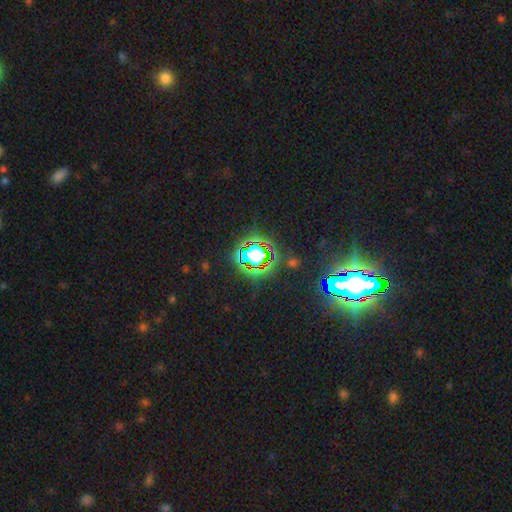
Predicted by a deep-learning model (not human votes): Morphology: type=star or artifact (69%).